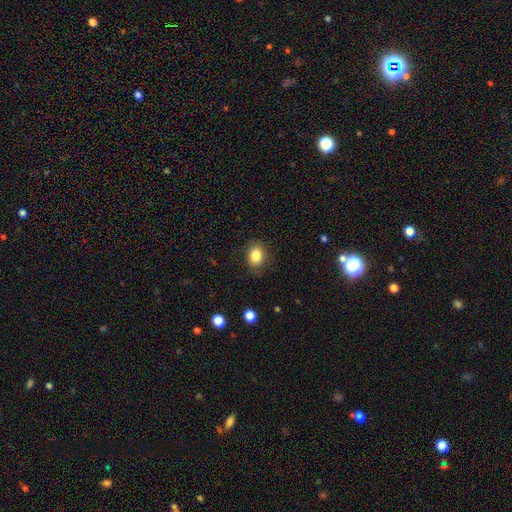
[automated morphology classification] Smooth or featured? smooth (84%)
How rounded? in between (58%)
Merging? none (83%)